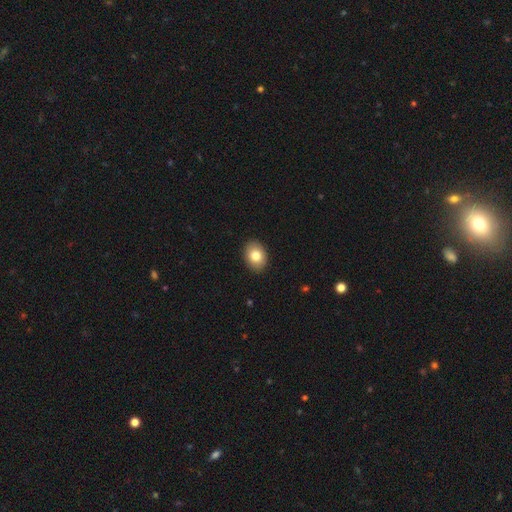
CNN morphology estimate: The model was most divided on "how rounded": in between: 67%, round: 33%, cigar-shaped: 1%. More confident: merging — none (91%); smooth or featured — smooth (81%).